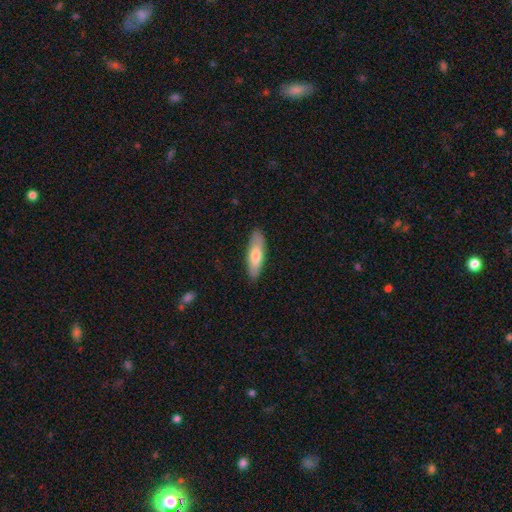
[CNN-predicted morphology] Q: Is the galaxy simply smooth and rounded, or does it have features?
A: smooth — 69%.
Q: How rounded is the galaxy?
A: cigar-shaped — 53%.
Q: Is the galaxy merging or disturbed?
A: none — 85%.